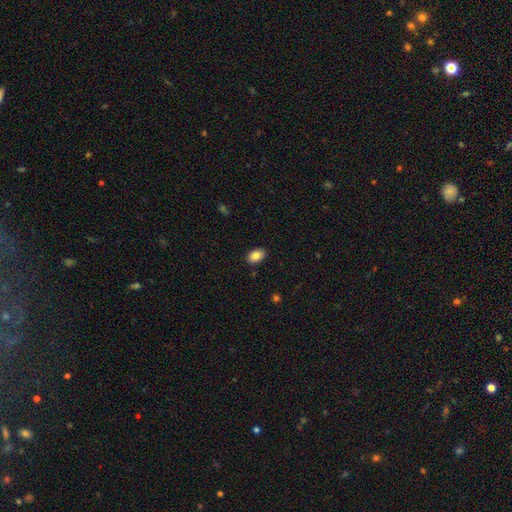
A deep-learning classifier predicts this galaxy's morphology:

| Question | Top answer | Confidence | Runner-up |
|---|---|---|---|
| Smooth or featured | smooth | 83% | featured or disk (9%) |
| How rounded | in between | 87% | round (12%) |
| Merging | none | 87% | minor disturbance (9%) |